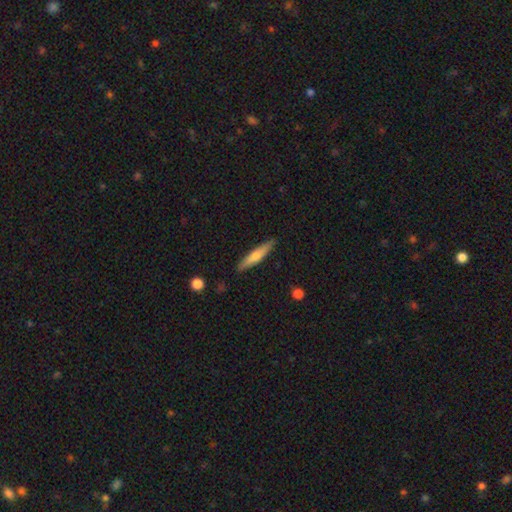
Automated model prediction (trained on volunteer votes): Smooth or featured? smooth (53%)
How rounded? cigar-shaped (91%)
Merging? none (89%)